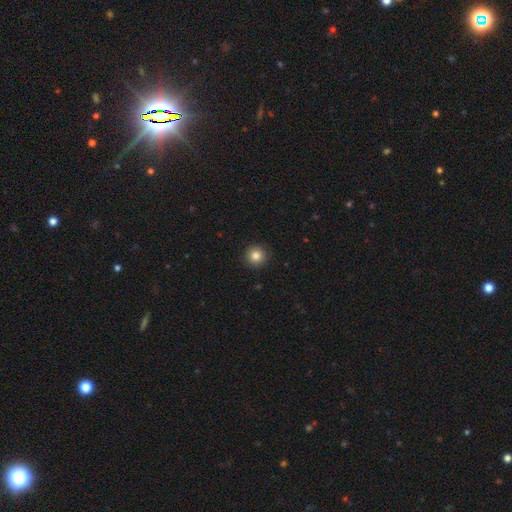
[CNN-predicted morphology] Smooth or featured? smooth (83%)
How rounded? round (95%)
Merging? none (92%)